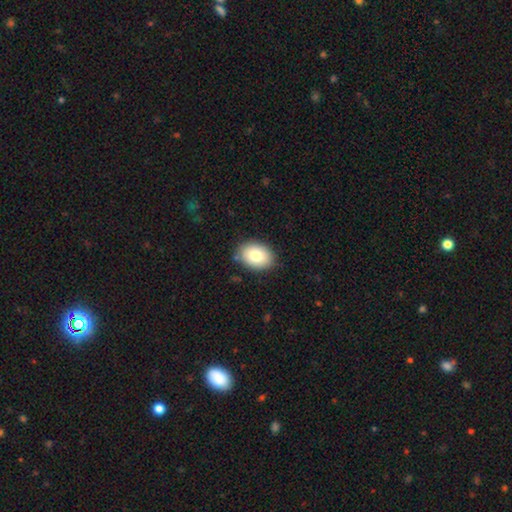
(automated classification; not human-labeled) Overall: smooth (81%). How rounded: in between (76%). Merging: none (85%).